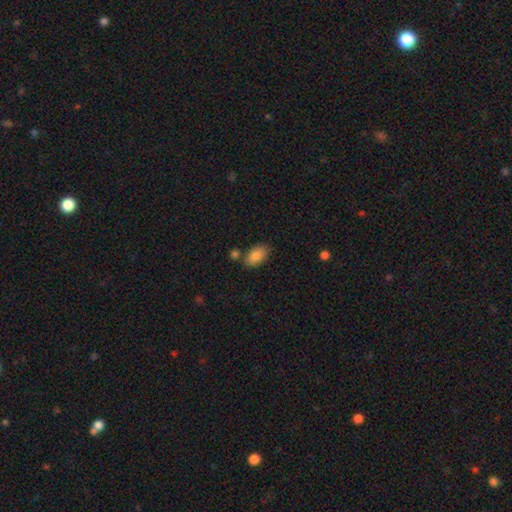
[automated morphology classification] A smooth galaxy with no disk features (86%) that is in between round and cigar-shaped (93%). Merging: none (74%).